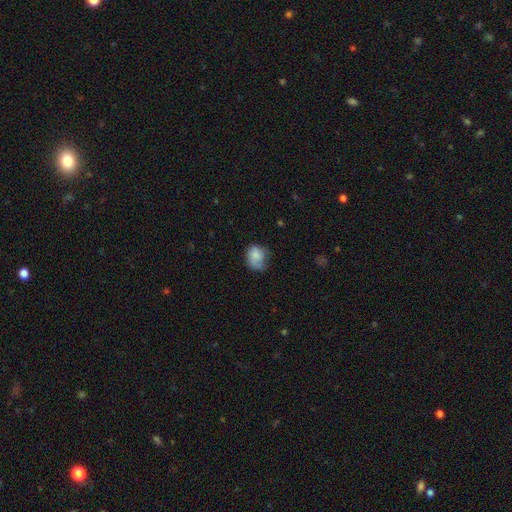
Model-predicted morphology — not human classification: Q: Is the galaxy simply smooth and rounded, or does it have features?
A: smooth — 77%.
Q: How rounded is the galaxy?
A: round — 53%.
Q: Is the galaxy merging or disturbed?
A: none — 46%.